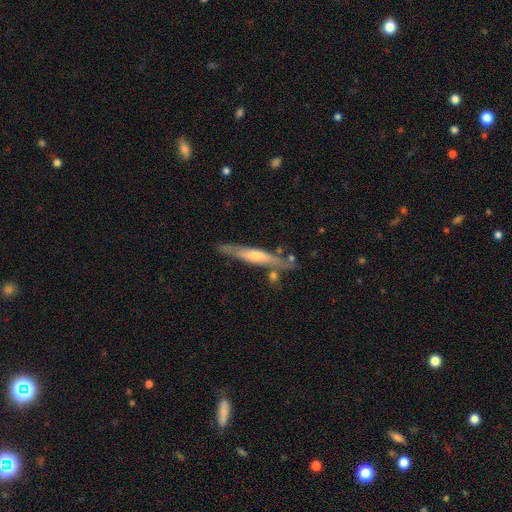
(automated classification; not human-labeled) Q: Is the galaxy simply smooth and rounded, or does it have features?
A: featured or disk — 56%.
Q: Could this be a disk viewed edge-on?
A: yes — 91%.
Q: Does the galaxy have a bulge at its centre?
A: rounded — 60%.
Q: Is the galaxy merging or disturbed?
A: none — 77%.